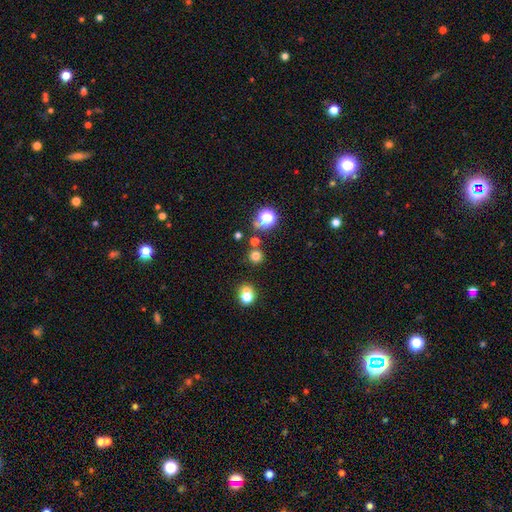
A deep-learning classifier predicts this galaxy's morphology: type=smooth (72%); roundness=round (91%); merging=none (78%).